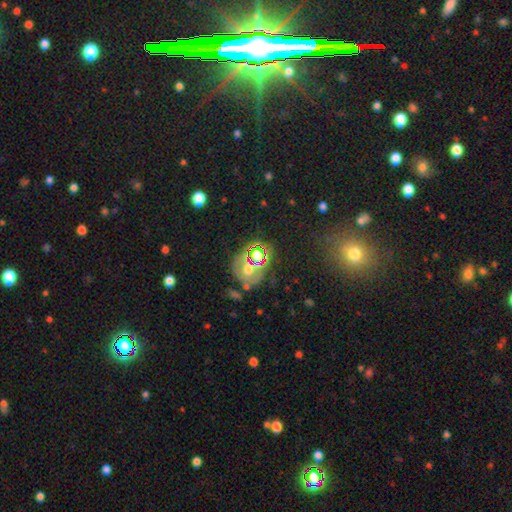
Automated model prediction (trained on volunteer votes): Morphology: type=smooth (40%); merging=none (60%).